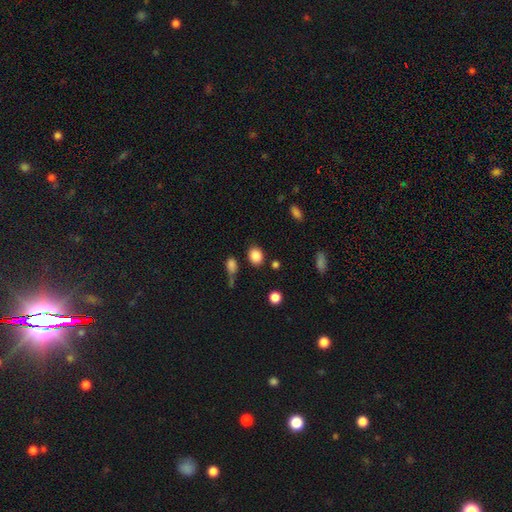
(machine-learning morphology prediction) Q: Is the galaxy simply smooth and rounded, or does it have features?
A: smooth — 85%.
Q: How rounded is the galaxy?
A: round — 51%.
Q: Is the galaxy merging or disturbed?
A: none — 80%.